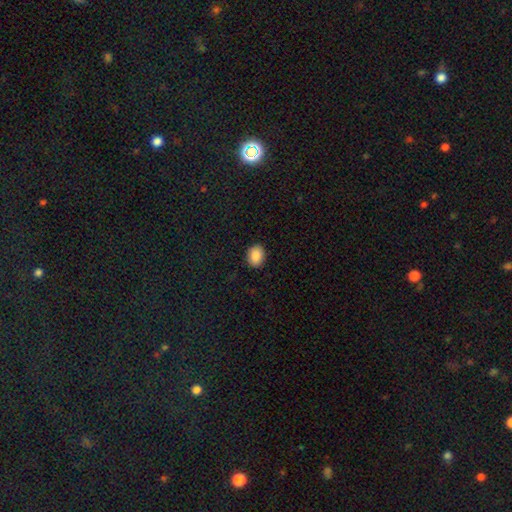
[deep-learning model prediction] Smooth or featured: smooth — 88% (star or artifact — 8%)
How rounded: in between — 57% (round — 42%)
Merging: none — 89% (minor disturbance — 8%)